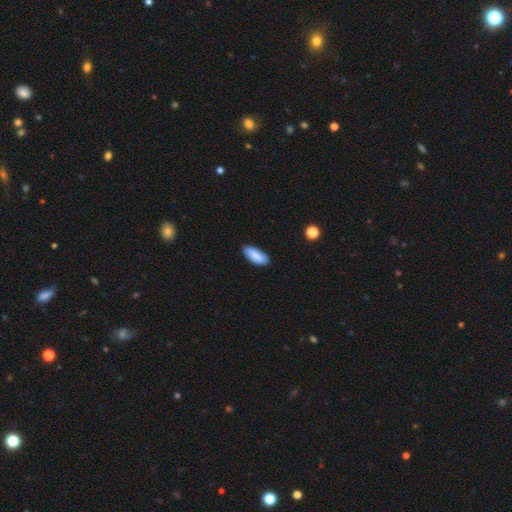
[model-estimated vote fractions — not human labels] Smooth or featured? smooth (87%)
How rounded? in between (83%)
Merging? none (86%)